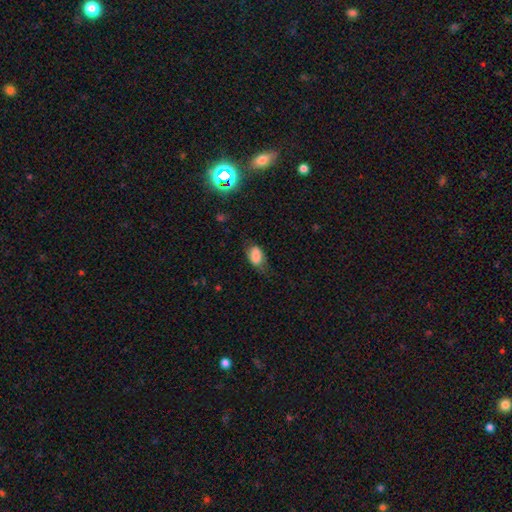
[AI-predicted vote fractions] Smooth or featured: smooth — 80% (featured or disk — 11%)
How rounded: in between — 89% (round — 8%)
Merging: none — 52% (minor disturbance — 32%)